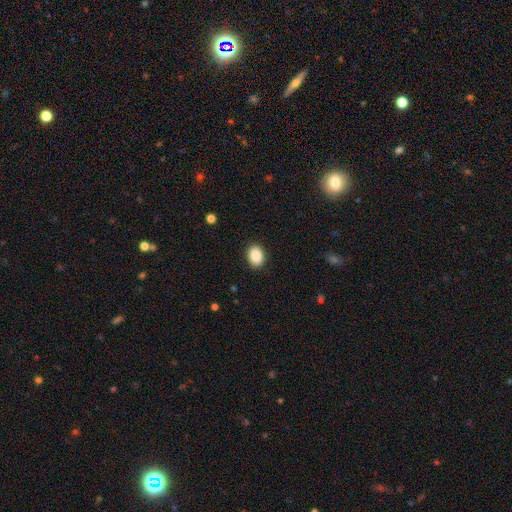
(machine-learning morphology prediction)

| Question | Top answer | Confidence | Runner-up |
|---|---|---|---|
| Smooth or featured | smooth | 89% | star or artifact (8%) |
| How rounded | in between | 70% | round (29%) |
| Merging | none | 90% | minor disturbance (7%) |